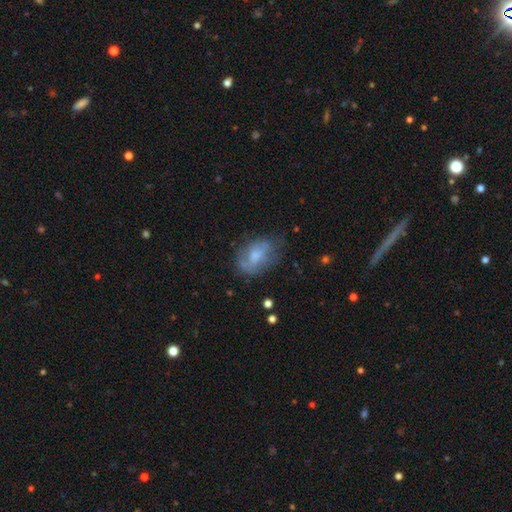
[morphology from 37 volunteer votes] type=smooth (57%); roundness=in between (86%); merging=none (46%).